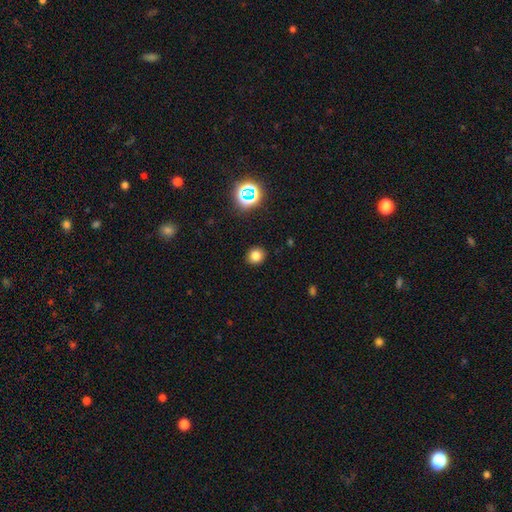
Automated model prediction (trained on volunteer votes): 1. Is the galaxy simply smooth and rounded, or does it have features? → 78% smooth, 16% star or artifact, 6% featured or disk.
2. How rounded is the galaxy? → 84% round, 15% in between, 1% cigar-shaped.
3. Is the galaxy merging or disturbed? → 90% none, 6% minor disturbance, 2% major disturbance, 1% merger.